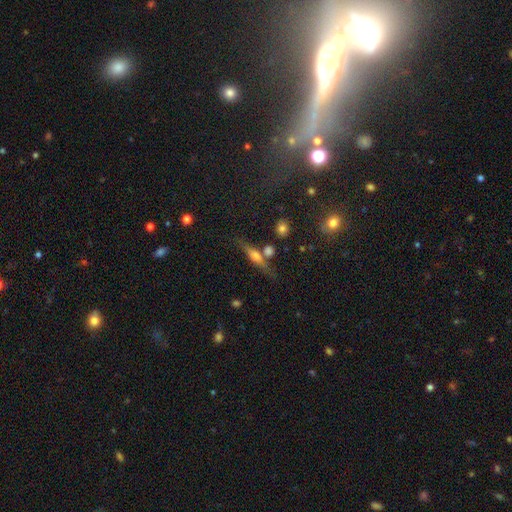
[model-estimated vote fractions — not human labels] Smooth or featured? Predicted: featured or disk (p=0.52). Edge-on disk? Predicted: yes (p=0.91). Merging? Predicted: none (p=0.69).